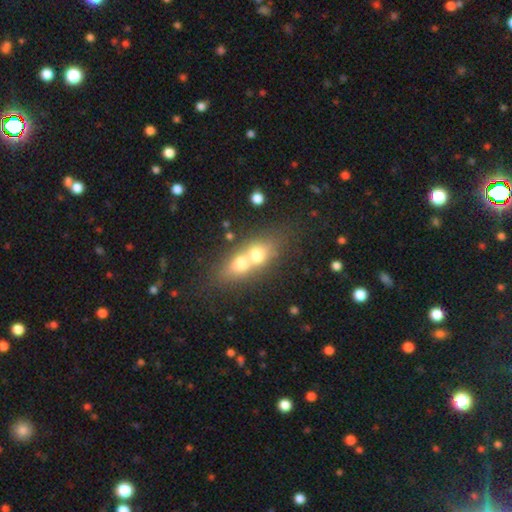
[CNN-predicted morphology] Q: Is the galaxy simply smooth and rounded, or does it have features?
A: smooth — 61%.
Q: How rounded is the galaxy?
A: in between — 53%.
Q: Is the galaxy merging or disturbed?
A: merger — 72%.